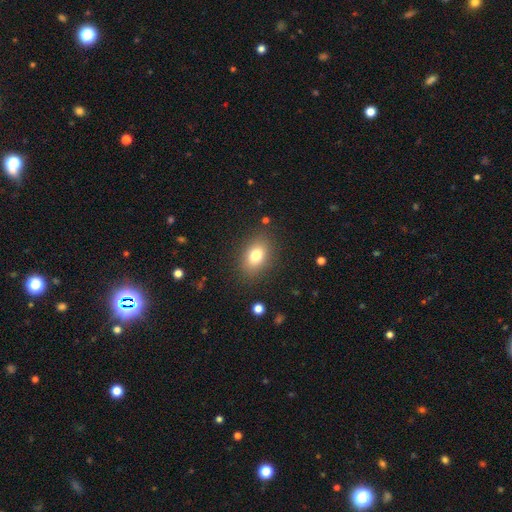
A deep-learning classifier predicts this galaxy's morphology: smooth 78%, featured or disk 11%, star or artifact 11%. Down the decision tree: how rounded — in between (78%); merging — none (85%).